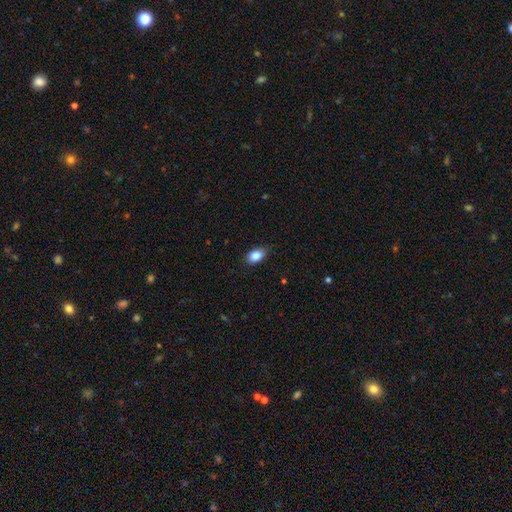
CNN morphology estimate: This is clearly a smooth galaxy (86%). How rounded: clearly in between (84%). Merging: likely none (79%).